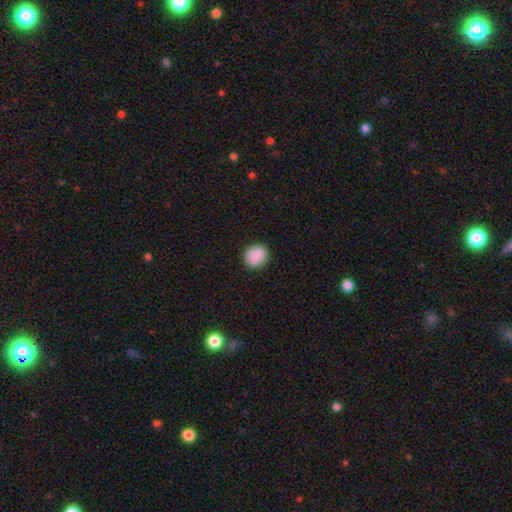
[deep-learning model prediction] Morphology: type=smooth (89%); roundness=round (83%); merging=none (91%).